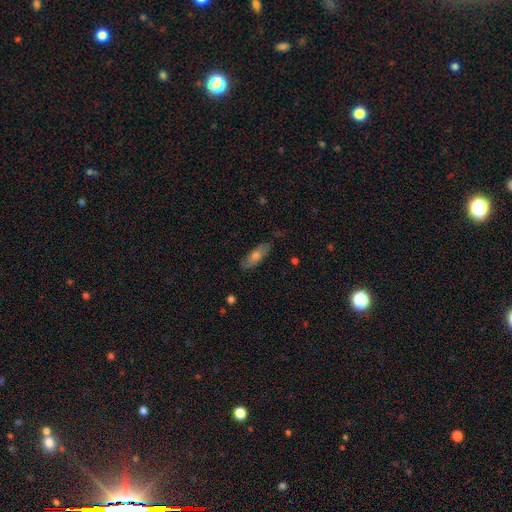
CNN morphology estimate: Smooth or featured?
  - smooth: 63% *
  - featured or disk: 30%
  - star or artifact: 7%
How rounded?
  - in between: 64% *
  - cigar-shaped: 34%
  - round: 3%
Merging?
  - none: 79% *
  - minor disturbance: 16%
  - major disturbance: 3%
  - merger: 1%